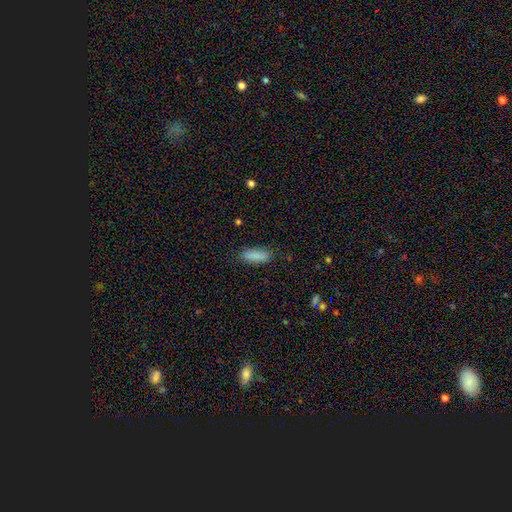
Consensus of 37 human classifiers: Smooth or featured? 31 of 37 (84%) said smooth. How rounded? 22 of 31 (71%) said in between. Merging? 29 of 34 (85%) said none.